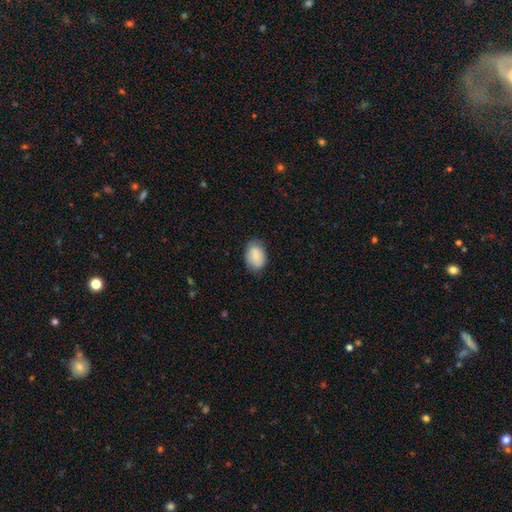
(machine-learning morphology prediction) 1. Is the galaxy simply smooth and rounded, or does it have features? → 83% smooth, 10% featured or disk, 7% star or artifact.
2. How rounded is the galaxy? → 80% in between, 19% round, 1% cigar-shaped.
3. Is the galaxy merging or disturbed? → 76% none, 19% minor disturbance, 4% major disturbance, 1% merger.